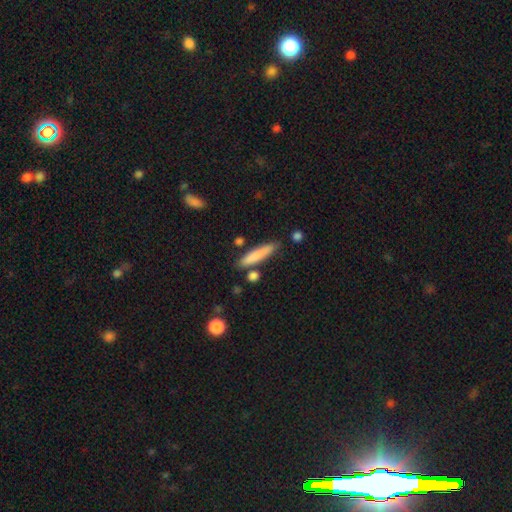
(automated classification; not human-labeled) Overall: smooth (80%). How rounded: cigar-shaped (86%). Merging: none (79%).